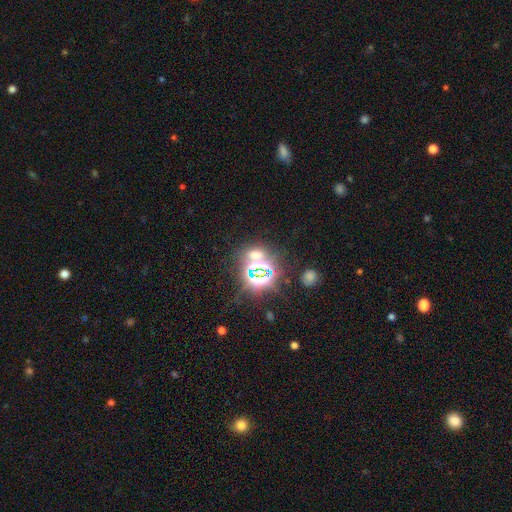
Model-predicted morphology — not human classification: star or artifact 66%, smooth 26%, featured or disk 9%.